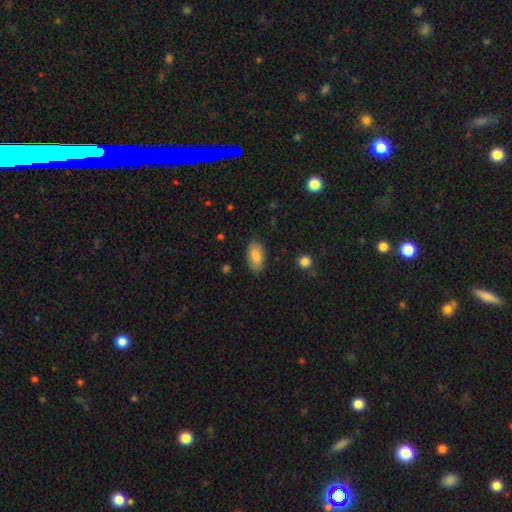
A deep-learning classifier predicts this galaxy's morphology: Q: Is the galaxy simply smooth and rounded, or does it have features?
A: smooth — 84%.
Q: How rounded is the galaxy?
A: in between — 93%.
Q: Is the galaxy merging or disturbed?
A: none — 82%.